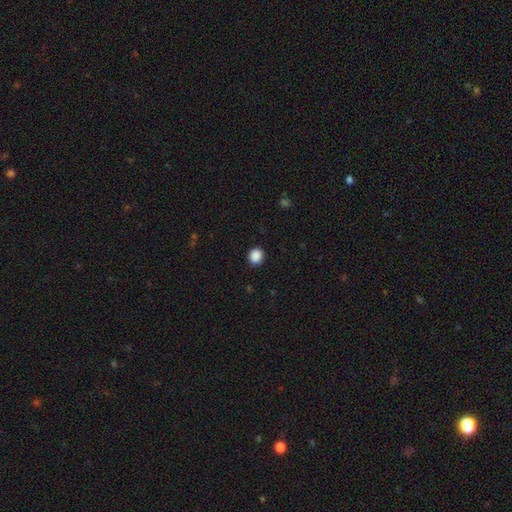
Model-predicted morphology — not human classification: smooth 89%, star or artifact 9%, featured or disk 2%. Down the decision tree: how rounded — round (82%); merging — none (90%).